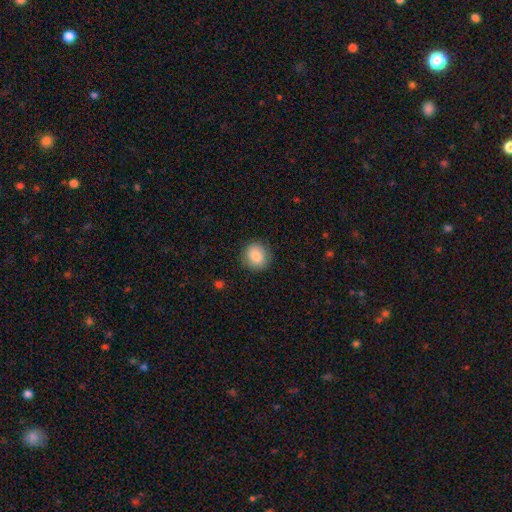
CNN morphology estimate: Q: Smooth or featured?
A: smooth (84%); runner-up: star or artifact (8%)
Q: How rounded?
A: round (85%); runner-up: in between (14%)
Q: Merging?
A: none (87%); runner-up: minor disturbance (10%)